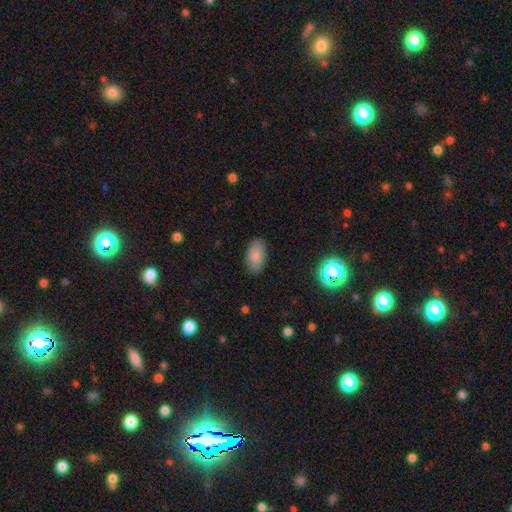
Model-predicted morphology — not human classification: Smooth or featured: smooth — 84% (star or artifact — 8%)
How rounded: in between — 94% (round — 4%)
Merging: none — 86% (minor disturbance — 11%)